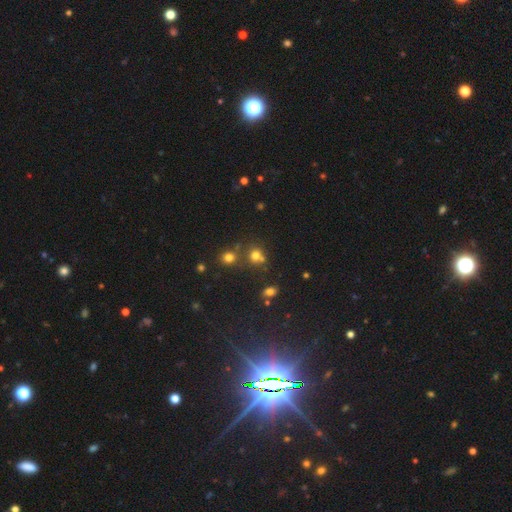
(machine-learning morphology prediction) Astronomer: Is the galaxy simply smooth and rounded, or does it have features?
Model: smooth — 67%.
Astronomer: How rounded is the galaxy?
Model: round — 82%.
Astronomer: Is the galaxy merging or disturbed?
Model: none — 56%.